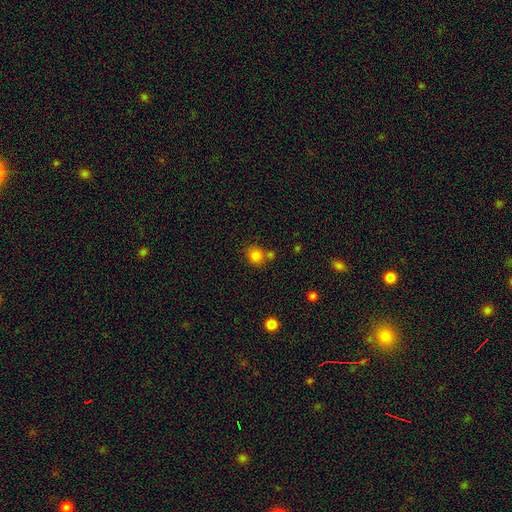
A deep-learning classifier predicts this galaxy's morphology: Smooth or featured? smooth (82%)
How rounded? round (77%)
Merging? none (65%)